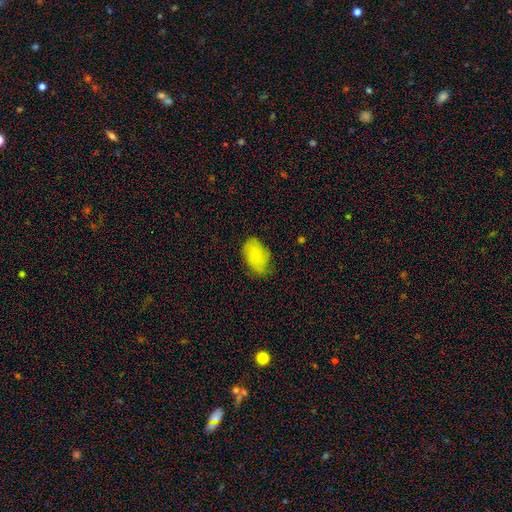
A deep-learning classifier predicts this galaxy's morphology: Smooth or featured? smooth (75%)
How rounded? in between (90%)
Merging? none (63%)